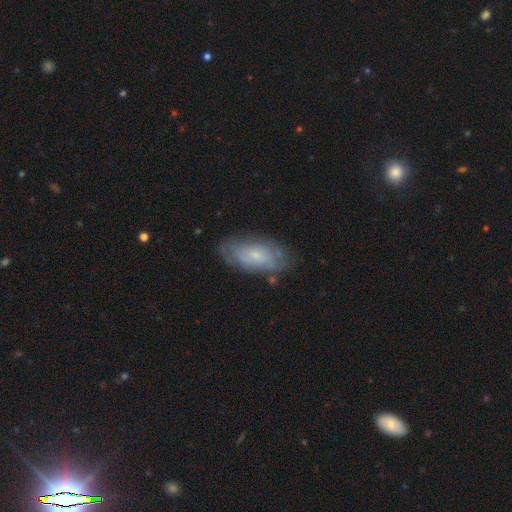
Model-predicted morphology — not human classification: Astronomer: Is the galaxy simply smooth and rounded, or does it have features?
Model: smooth — 47% (runner-up: featured or disk, 45%).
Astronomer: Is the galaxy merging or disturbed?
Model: none — 71%.